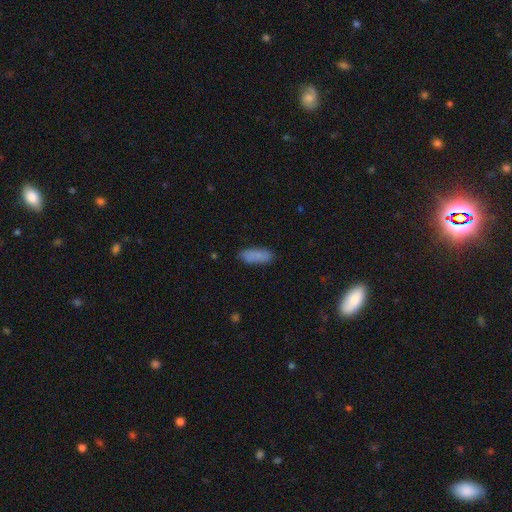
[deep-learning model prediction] Smooth or featured?
  - smooth: 86% *
  - featured or disk: 8%
  - star or artifact: 7%
How rounded?
  - in between: 66% *
  - cigar-shaped: 32%
  - round: 2%
Merging?
  - none: 81% *
  - minor disturbance: 14%
  - major disturbance: 3%
  - merger: 2%